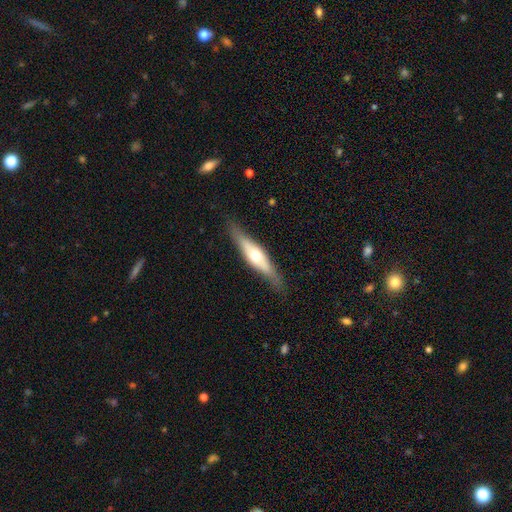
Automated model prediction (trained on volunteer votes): smooth_or_featured: featured or disk (p=0.58) [alt: smooth p=0.36]
disk_edge_on: yes (p=0.86) [alt: no p=0.14]
edge_on_bulge: rounded (p=0.89) [alt: boxy p=0.06]
merging: none (p=0.84) [alt: minor disturbance p=0.12]